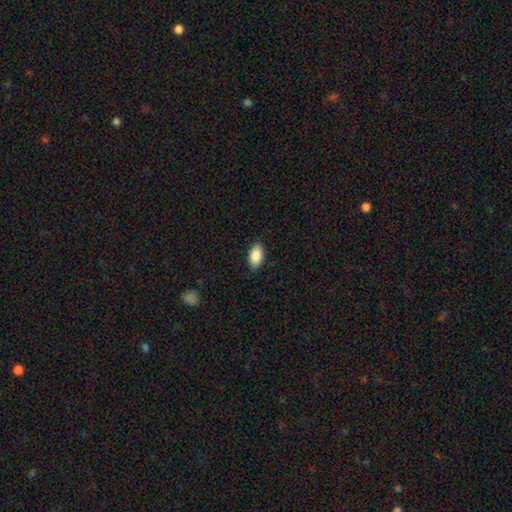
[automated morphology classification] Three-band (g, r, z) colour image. It shows a smooth galaxy with no disk features (87%) that is in between round and cigar-shaped (93%). Merging: none (87%).